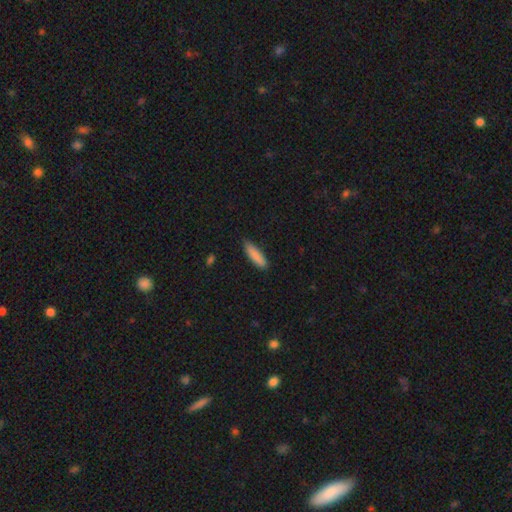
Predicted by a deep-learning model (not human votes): This is clearly a smooth galaxy (87%). How rounded: likely cigar-shaped (69%). Merging: clearly none (84%).